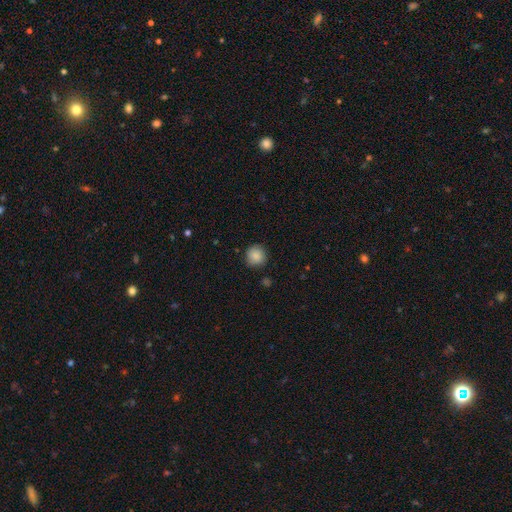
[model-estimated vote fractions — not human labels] smooth 87%, star or artifact 8%, featured or disk 5%. Down the decision tree: how rounded — round (91%); merging — none (86%).